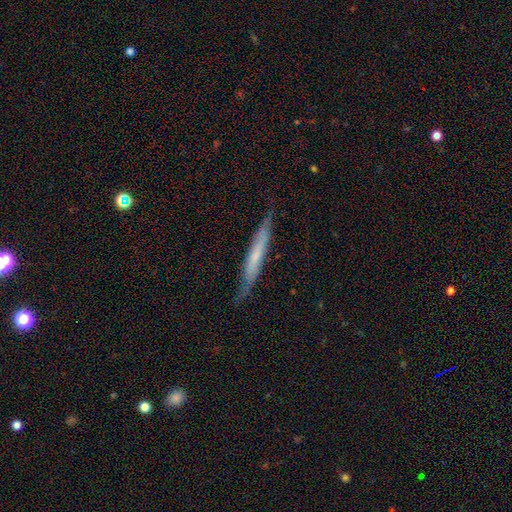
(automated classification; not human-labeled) Smooth or featured: featured or disk — 52% (smooth — 42%)
Edge-on disk: yes — 84% (no — 16%)
Merging: none — 76% (minor disturbance — 19%)